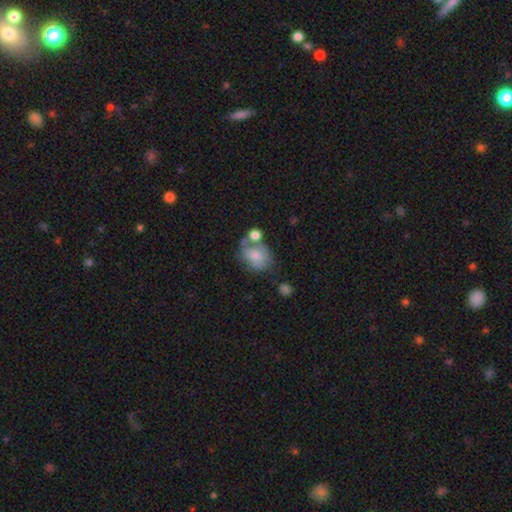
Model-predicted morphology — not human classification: Smooth or featured? Predicted: smooth (p=0.67). How rounded? Predicted: in between (p=0.53). Merging? Predicted: none (p=0.35).